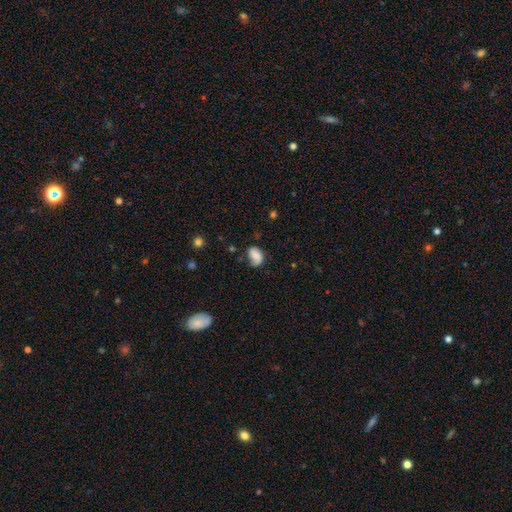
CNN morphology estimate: Smooth or featured? Predicted: smooth (p=0.57). How rounded? Predicted: in between (p=0.78). Merging? Predicted: none (p=0.48).